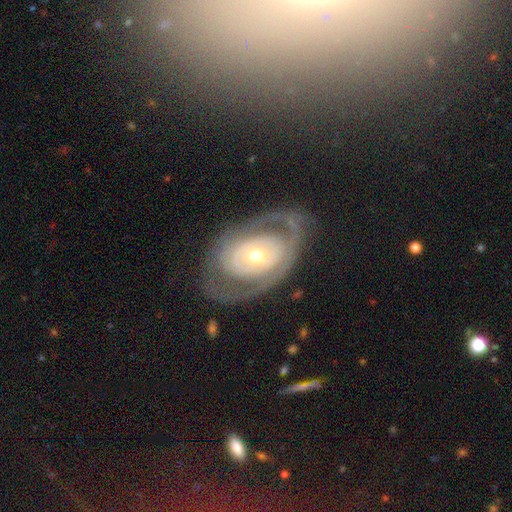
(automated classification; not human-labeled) Smooth or featured: featured or disk — 78% (smooth — 17%)
Edge-on disk: no — 94% (yes — 6%)
Bar: no — 75% (weak — 17%)
Spiral arms: yes — 59% (no — 41%)
Bulge size: small — 49% (moderate — 46%)
Merging: none — 63% (minor disturbance — 18%)